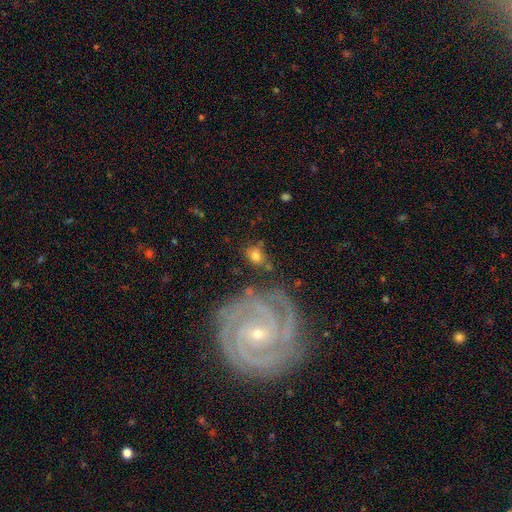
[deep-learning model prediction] smooth 65%, featured or disk 23%, star or artifact 11%. Down the decision tree: how rounded — in between (61%); merging — none (60%).